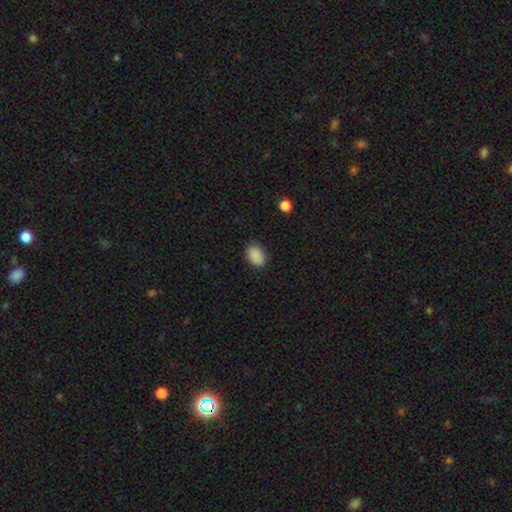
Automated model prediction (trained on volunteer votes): The model was most divided on "how rounded": in between: 76%, round: 23%, cigar-shaped: 1%. More confident: smooth or featured — smooth (89%); merging — none (85%).